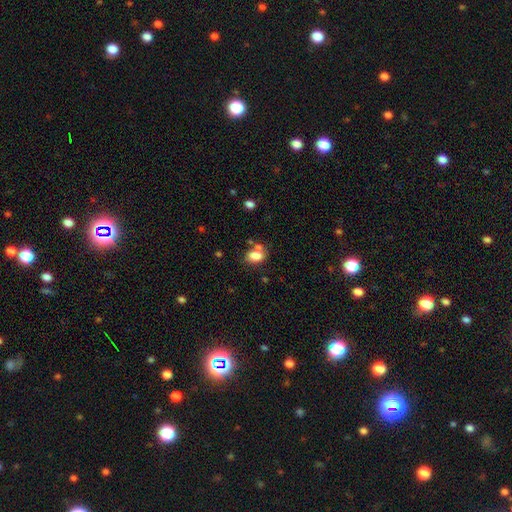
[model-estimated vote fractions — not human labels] Smooth or featured? smooth (81%)
How rounded? in between (82%)
Merging? none (56%)